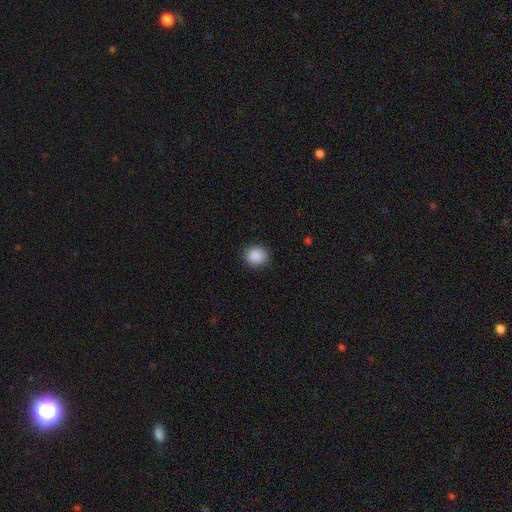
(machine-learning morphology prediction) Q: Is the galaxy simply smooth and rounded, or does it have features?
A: smooth — 89%.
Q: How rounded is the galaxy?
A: round — 84%.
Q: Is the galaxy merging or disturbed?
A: none — 88%.